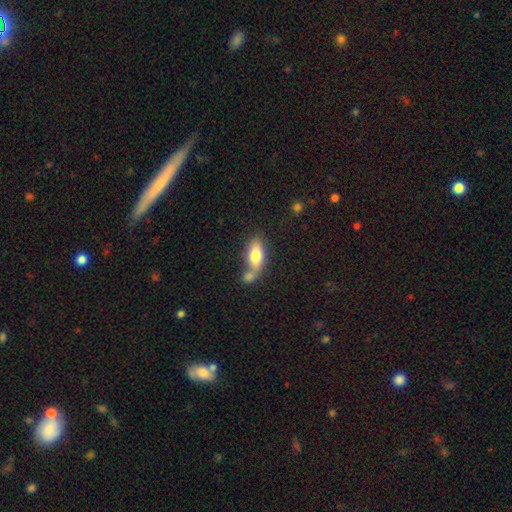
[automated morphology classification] smooth-or-featured: smooth: 73% | featured or disk: 20% | star or artifact: 7%
  how-rounded: in between: 84% | cigar-shaped: 12% | round: 5%
  merging: merger: 42% | none: 38% | minor disturbance: 13% | major disturbance: 6%